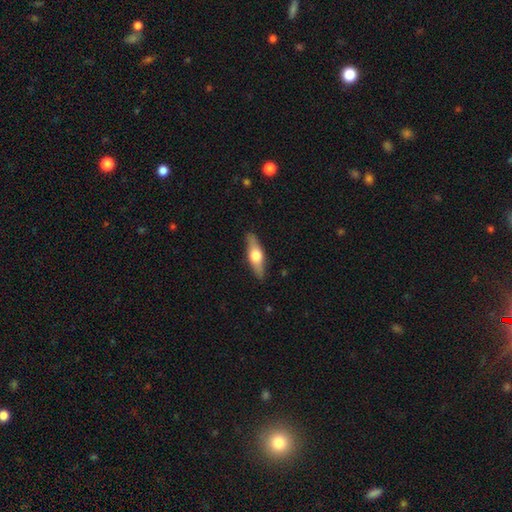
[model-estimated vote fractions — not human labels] smooth_or_featured: featured or disk (p=0.50) [alt: smooth p=0.44]
disk_edge_on: yes (p=0.90) [alt: no p=0.10]
merging: none (p=0.87) [alt: minor disturbance p=0.10]